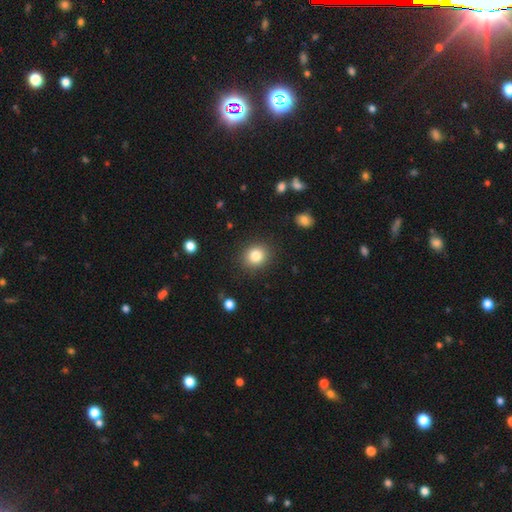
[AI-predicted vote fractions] Smooth or featured: smooth — 83% (star or artifact — 10%)
How rounded: round — 79% (in between — 21%)
Merging: none — 89% (minor disturbance — 7%)